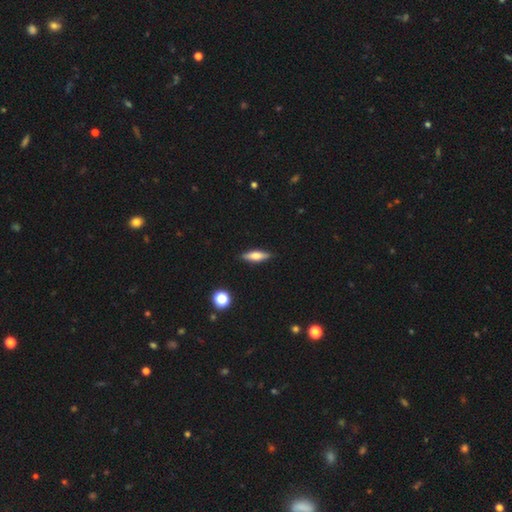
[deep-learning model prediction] Smooth or featured? Predicted: smooth (p=0.51). How rounded? Predicted: cigar-shaped (p=0.59). Merging? Predicted: none (p=0.88).